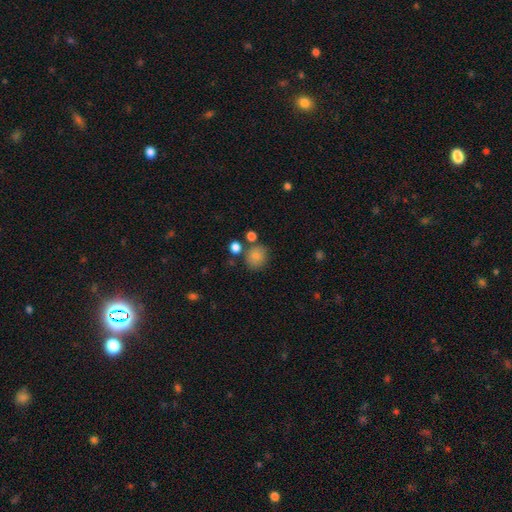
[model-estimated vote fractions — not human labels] Smooth or featured?
  - smooth: 83% *
  - star or artifact: 11%
  - featured or disk: 6%
How rounded?
  - round: 79% *
  - in between: 20%
  - cigar-shaped: 1%
Merging?
  - none: 70% *
  - minor disturbance: 13%
  - merger: 12%
  - major disturbance: 4%